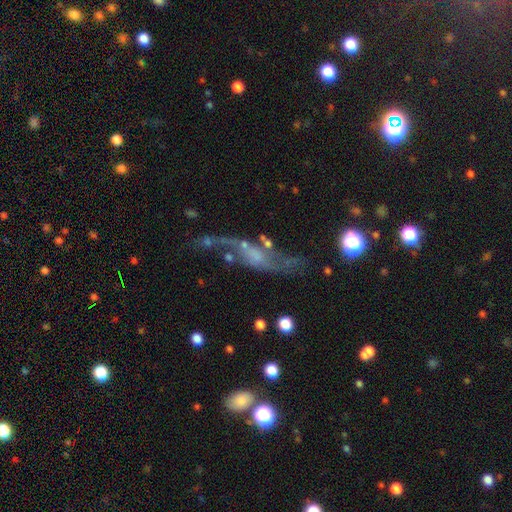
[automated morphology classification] type=featured or disk (76%); edge-on=no (88%); bar=no (55%); spiral arms=yes (81%); winding=loose (84%); arm count=2 (87%); bulge=none (42%); merging=none (42%).